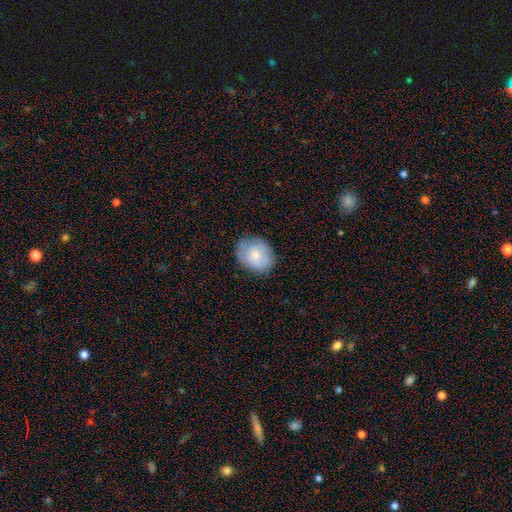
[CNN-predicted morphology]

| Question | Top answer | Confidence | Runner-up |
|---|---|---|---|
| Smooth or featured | smooth | 64% | featured or disk (29%) |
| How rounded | round | 51% | in between (48%) |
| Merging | none | 75% | minor disturbance (19%) |